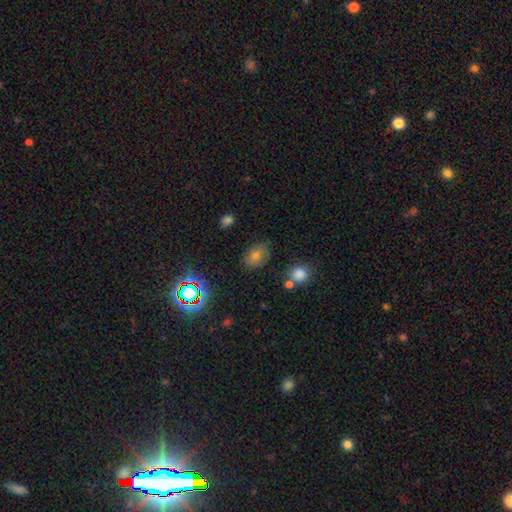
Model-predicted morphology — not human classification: This appears to be a smooth galaxy with no disk features (63%) that is in between round and cigar-shaped (77%). Merging: none (78%).